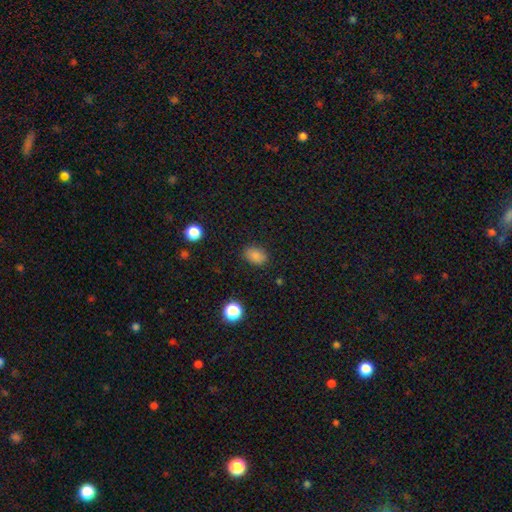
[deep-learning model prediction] smooth_or_featured: smooth (p=0.85) [alt: star or artifact p=0.11]
how_rounded: in between (p=0.77) [alt: round p=0.22]
merging: none (p=0.85) [alt: minor disturbance p=0.11]